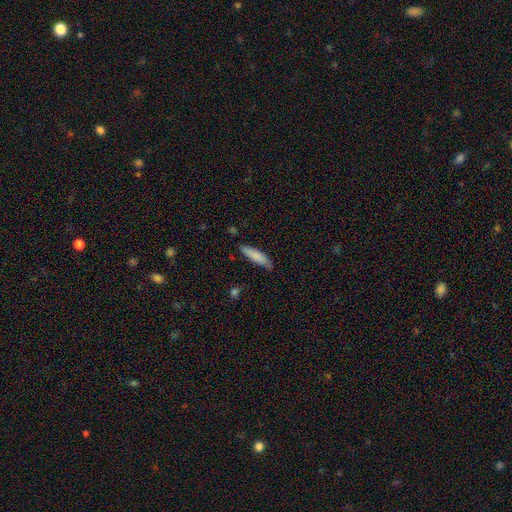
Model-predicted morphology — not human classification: This is clearly a smooth galaxy (81%). How rounded: likely cigar-shaped (73%). Merging: likely none (76%).